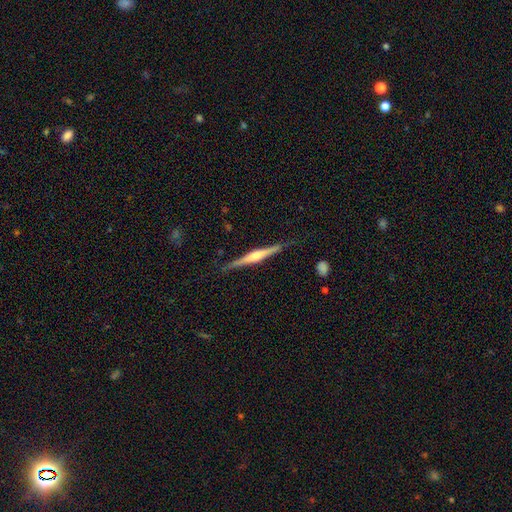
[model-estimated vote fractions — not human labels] smooth_or_featured: featured or disk (p=0.77) [alt: smooth p=0.18]
disk_edge_on: yes (p=0.98) [alt: no p=0.02]
edge_on_bulge: rounded (p=0.79) [alt: boxy p=0.14]
merging: none (p=0.86) [alt: minor disturbance p=0.11]